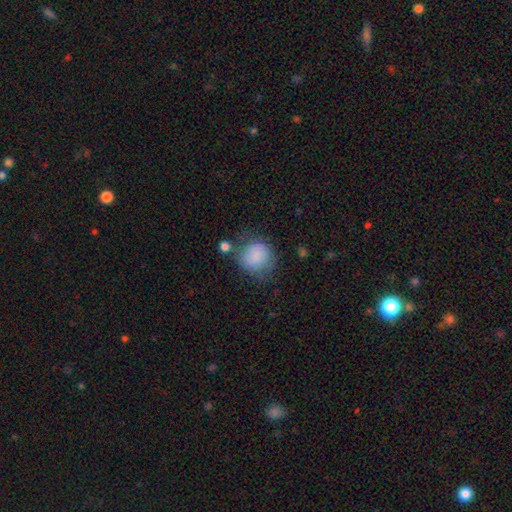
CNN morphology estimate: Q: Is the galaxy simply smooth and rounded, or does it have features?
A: smooth — 83%.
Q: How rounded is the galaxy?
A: round — 83%.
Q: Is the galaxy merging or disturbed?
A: none — 56%.